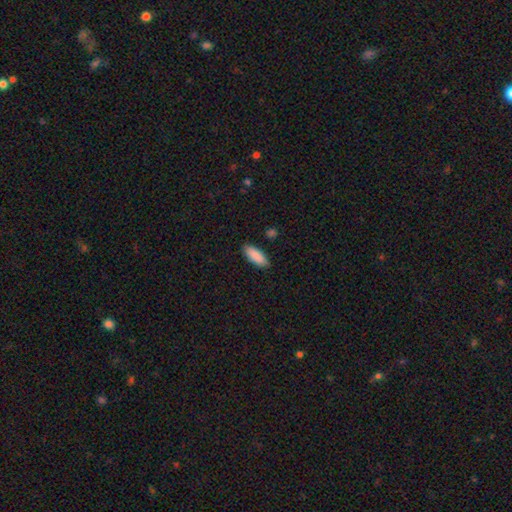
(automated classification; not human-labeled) A smooth galaxy with no disk features (90%) that is in between round and cigar-shaped (74%). Merging: none (88%).